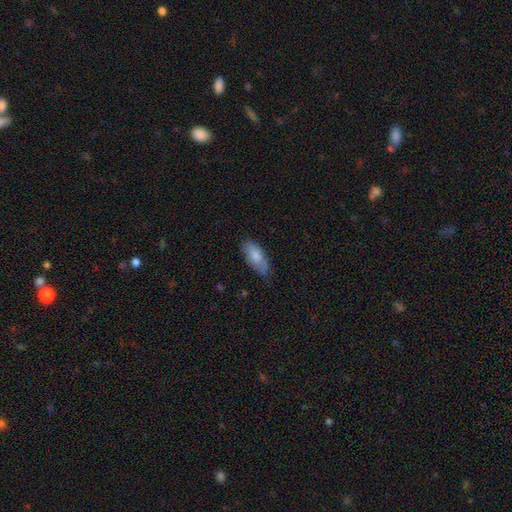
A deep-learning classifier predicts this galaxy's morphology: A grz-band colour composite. It shows a smooth galaxy with no disk features (80%) that is in between round and cigar-shaped (82%). Merging: none (69%).